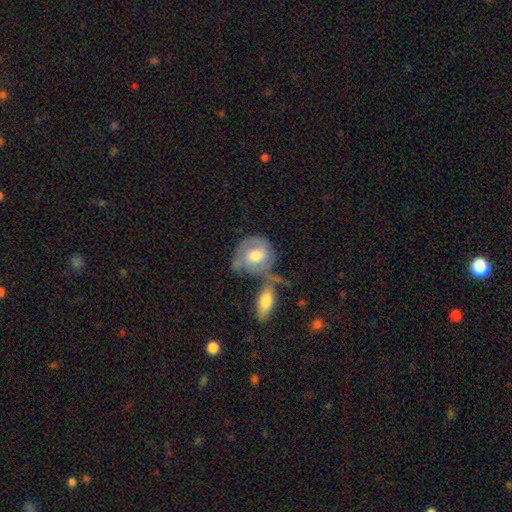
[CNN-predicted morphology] Smooth or featured: featured or disk — 51% (smooth — 43%)
Edge-on disk: no — 94% (yes — 6%)
Merging: none — 36% (merger — 35%)